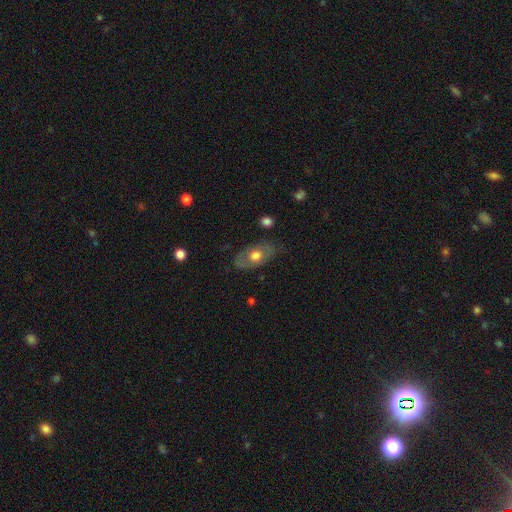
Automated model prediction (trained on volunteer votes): smooth_or_featured: smooth (p=0.52) [alt: featured or disk p=0.42]
how_rounded: in between (p=0.83) [alt: round p=0.13]
merging: none (p=0.74) [alt: minor disturbance p=0.18]